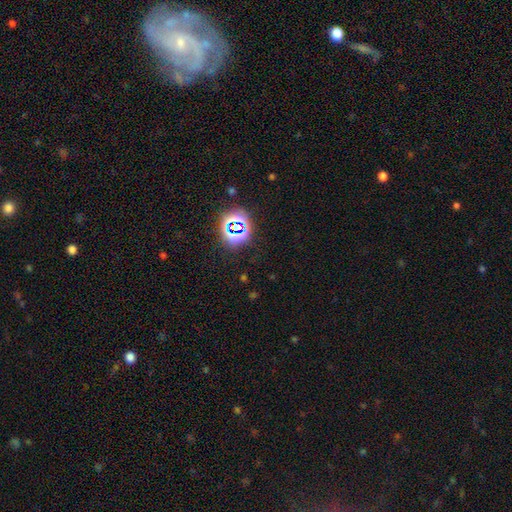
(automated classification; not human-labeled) smooth-or-featured: star or artifact: 75% | smooth: 17% | featured or disk: 8%